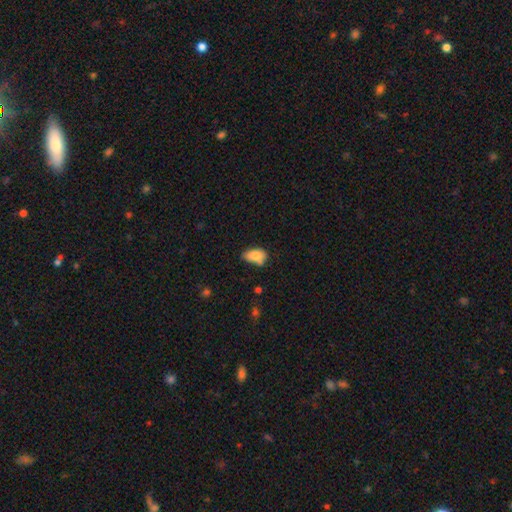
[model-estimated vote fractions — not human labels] Smooth or featured? smooth (80%)
How rounded? in between (89%)
Merging? none (42%)